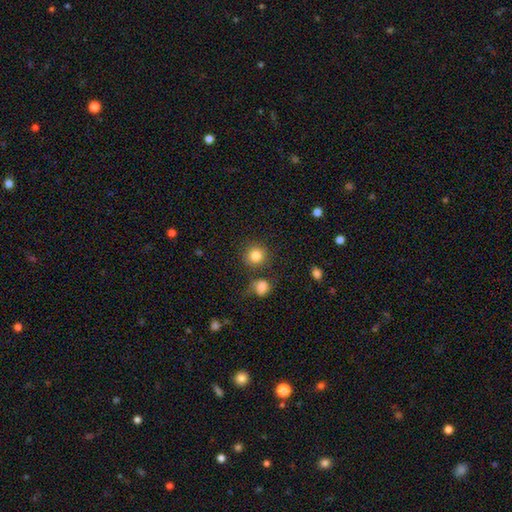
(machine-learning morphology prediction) Q: Smooth or featured?
A: smooth (84%); runner-up: star or artifact (10%)
Q: How rounded?
A: round (89%); runner-up: in between (10%)
Q: Merging?
A: none (77%); runner-up: merger (10%)